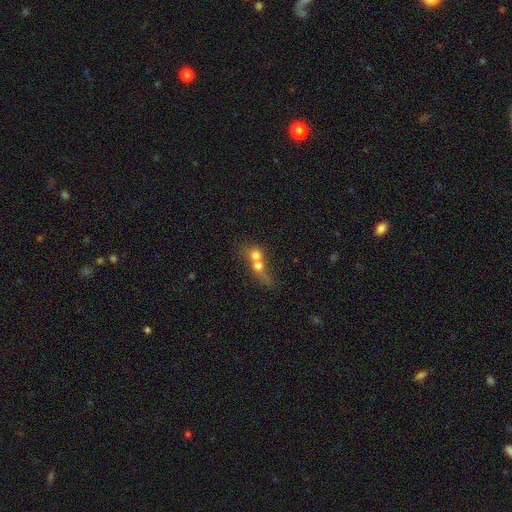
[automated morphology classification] Smooth or featured: smooth — 63% (featured or disk — 26%)
How rounded: round — 64% (in between — 30%)
Merging: merger — 76% (none — 14%)